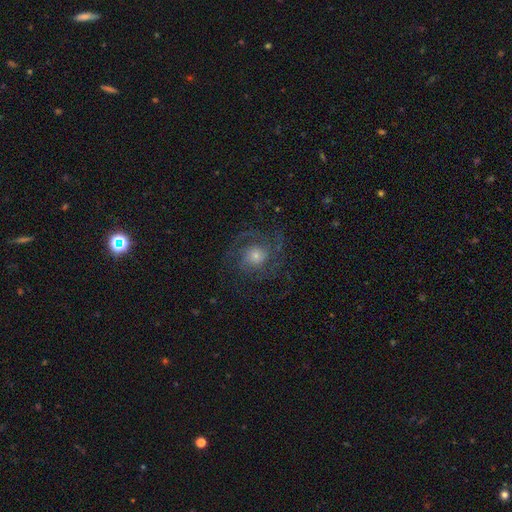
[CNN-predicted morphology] A featured or disk galaxy (80%) with no bar (75%), 2 (45%) medium (45%) spiral arms (95%) and a small central bulge (45%).

Vote fractions:
- Smooth or featured? featured or disk: 80% / smooth: 11% / star or artifact: 9%
- Edge-on disk? no: 98% / yes: 2%
- Bar? no: 75% / weak: 21% / strong: 4%
- Spiral arms? yes: 95% / no: 5%
- Spiral winding? medium: 45% / tight: 43% / loose: 12%
- Spiral arm count? 2: 45% / 3: 21% / can't tell: 17% / 4: 6% / 1: 6% / more than 4: 5%
- Bulge size? small: 45% / moderate: 40% / large: 9% / none: 3% / dominant: 2%
- Merging? none: 74% / minor disturbance: 13% / major disturbance: 11% / merger: 1%